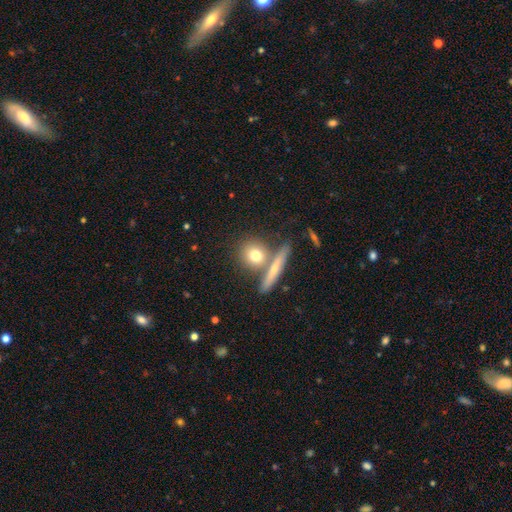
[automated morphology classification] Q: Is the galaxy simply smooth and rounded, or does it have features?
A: smooth — 72%.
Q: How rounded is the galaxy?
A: round — 73%.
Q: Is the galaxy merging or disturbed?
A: none — 62%.